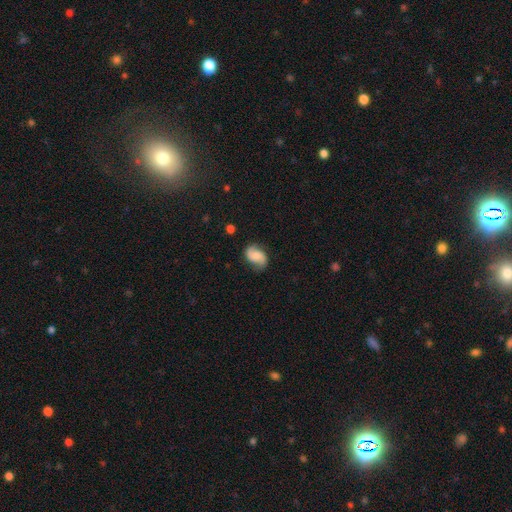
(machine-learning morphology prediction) The model was most divided on "bulge size" (2-way tie): moderate: 34%, small: 34%, none: 21%, large: 9%, dominant: 2%. Remaining: edge-on disk — no (97%); spiral arms — yes (93%); spiral arm count — 2 (90%); merging — none (76%); bar — no (59%); smooth or featured — featured or disk (59%); spiral winding — loose (43%).